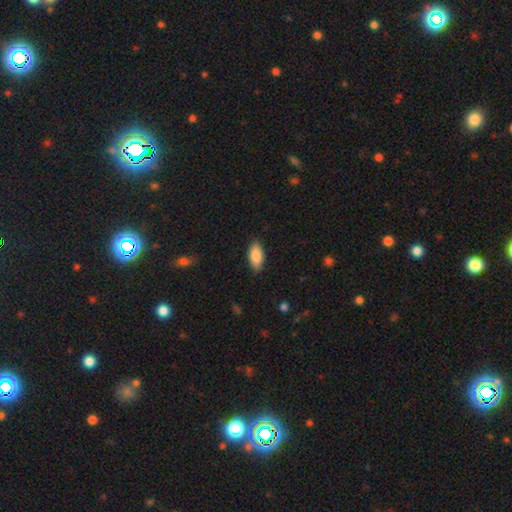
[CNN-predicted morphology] A smooth galaxy with no disk features (86%) that is in between round and cigar-shaped (90%). Merging: none (86%).